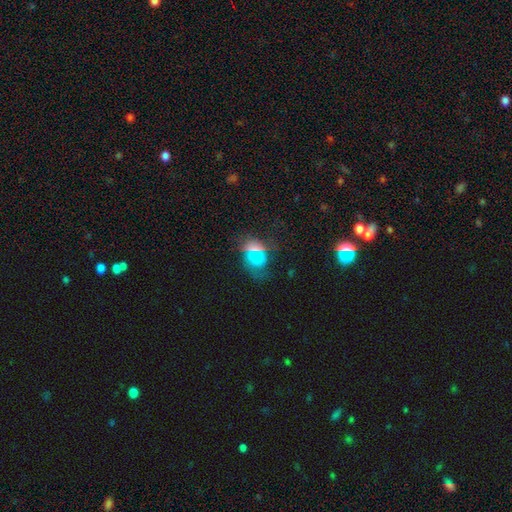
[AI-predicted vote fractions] Overall: smooth (62%; star or artifact 24%). How rounded: in between (52%; round 45%). Merging: none (65%).